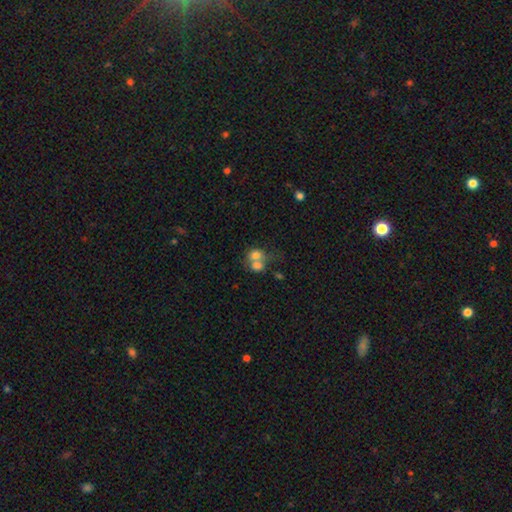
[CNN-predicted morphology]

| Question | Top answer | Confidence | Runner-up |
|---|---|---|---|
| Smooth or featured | smooth | 71% | featured or disk (19%) |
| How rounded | round | 60% | in between (39%) |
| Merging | merger | 67% | none (22%) |